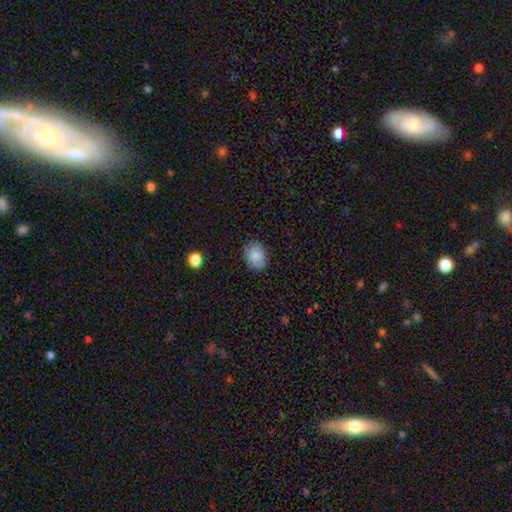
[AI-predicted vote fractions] Smooth or featured? Predicted: smooth (p=0.87). How rounded? Predicted: in between (p=0.65). Merging? Predicted: none (p=0.83).